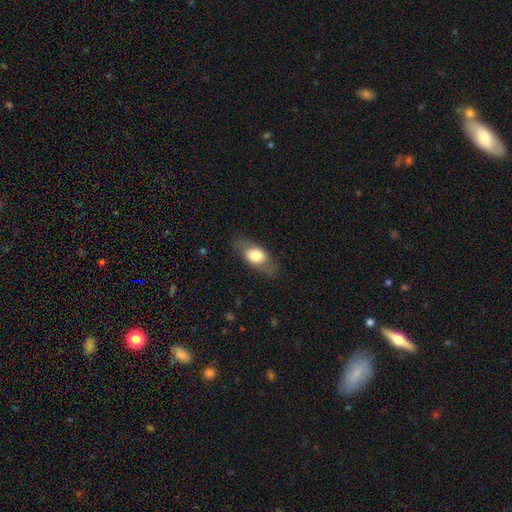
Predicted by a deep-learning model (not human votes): smooth 68%, featured or disk 26%, star or artifact 7%. Down the decision tree: how rounded — in between (81%); merging — none (77%).